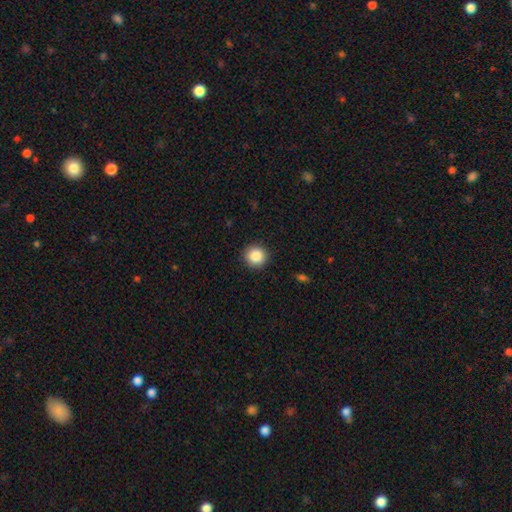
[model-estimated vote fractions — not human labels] Smooth or featured?
  - smooth: 87% *
  - star or artifact: 9%
  - featured or disk: 4%
How rounded?
  - round: 94% *
  - in between: 5%
  - cigar-shaped: 1%
Merging?
  - none: 92% *
  - minor disturbance: 5%
  - major disturbance: 2%
  - merger: 1%